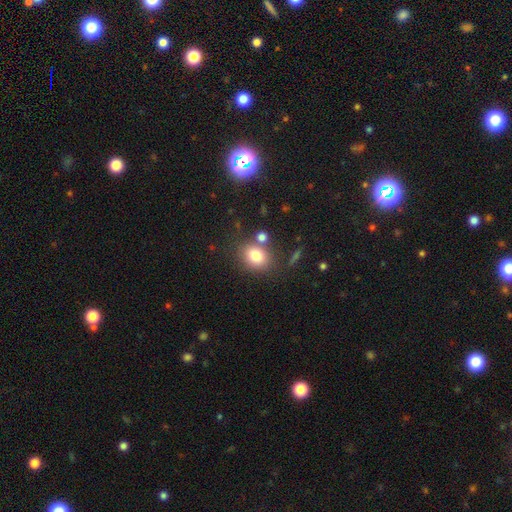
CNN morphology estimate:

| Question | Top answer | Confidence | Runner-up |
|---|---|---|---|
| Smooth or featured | smooth | 79% | star or artifact (11%) |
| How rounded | in between | 50% | round (49%) |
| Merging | none | 70% | merger (14%) |